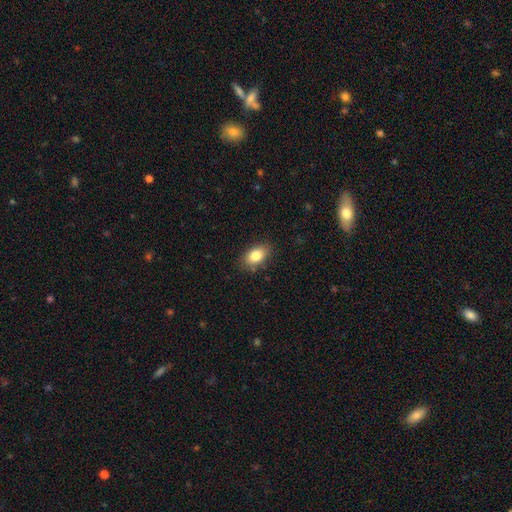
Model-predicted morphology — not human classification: smooth-or-featured: smooth: 83% | featured or disk: 9% | star or artifact: 8%
  how-rounded: in between: 87% | round: 11% | cigar-shaped: 2%
  merging: none: 82% | minor disturbance: 14% | major disturbance: 3% | merger: 1%